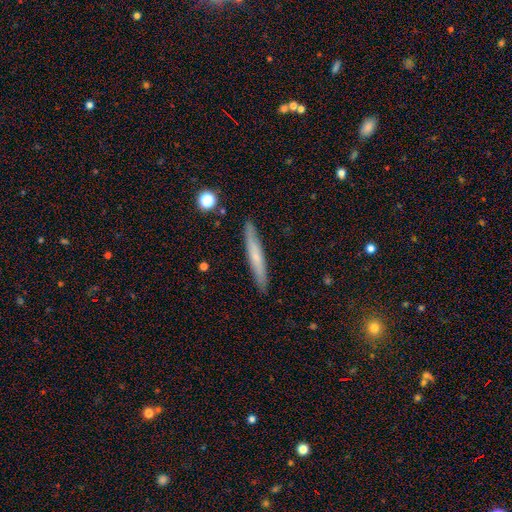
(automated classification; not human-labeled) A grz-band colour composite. It shows a smooth galaxy with no disk features (53%) that is cigar-shaped (95%). Merging: none (89%).